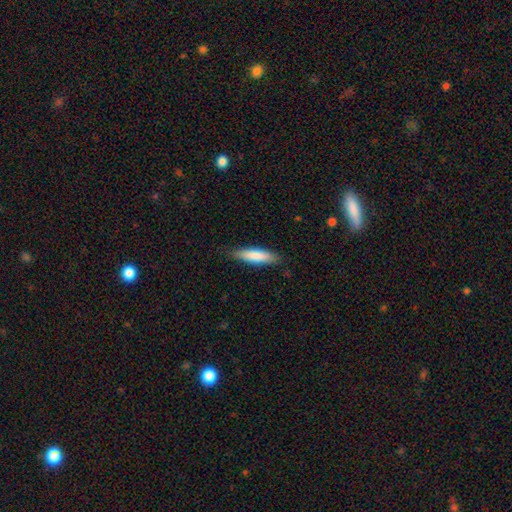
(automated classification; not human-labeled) smooth-or-featured: smooth: 82% | featured or disk: 13% | star or artifact: 5%
  how-rounded: cigar-shaped: 67% | in between: 32% | round: 1%
  merging: none: 84% | minor disturbance: 13% | major disturbance: 2% | merger: 1%